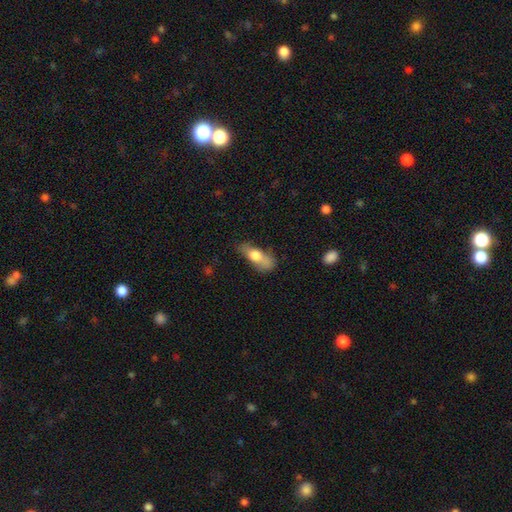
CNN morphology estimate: A smooth galaxy with no disk features (66%) that is in between round and cigar-shaped (67%).

Vote fractions:
- Smooth or featured? smooth: 66% / featured or disk: 27% / star or artifact: 7%
- How rounded? in between: 67% / cigar-shaped: 27% / round: 6%
- Merging? none: 48% / minor disturbance: 27% / major disturbance: 16% / merger: 8%